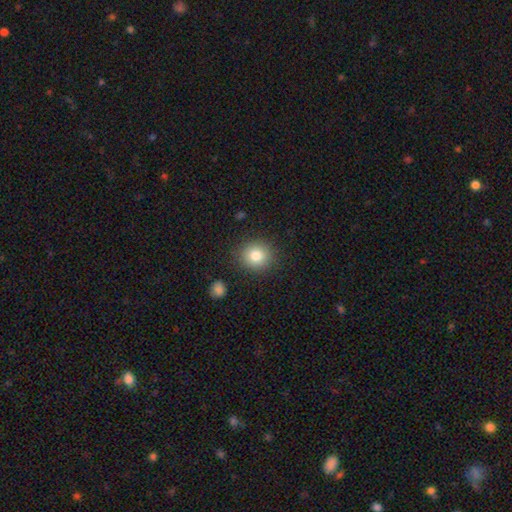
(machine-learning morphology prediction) Smooth or featured? Predicted: smooth (p=0.81). How rounded? Predicted: round (p=0.86). Merging? Predicted: none (p=0.88).